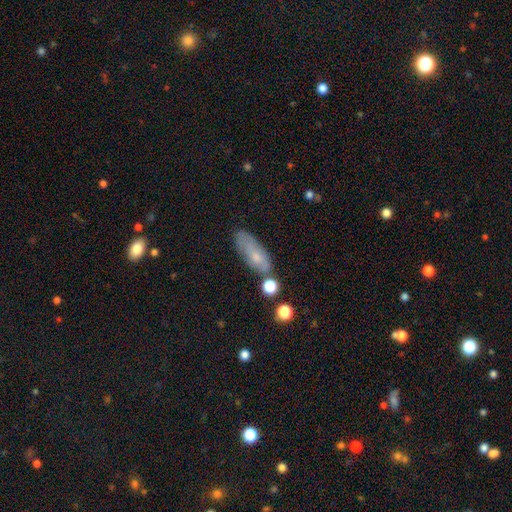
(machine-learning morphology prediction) smooth 63%, featured or disk 28%, star or artifact 9%. Down the decision tree: how rounded — in between (69%); merging — none (61%).